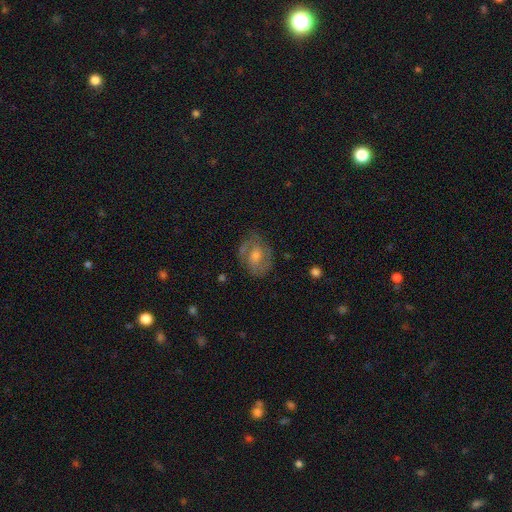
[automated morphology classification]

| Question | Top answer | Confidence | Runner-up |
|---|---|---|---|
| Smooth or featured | featured or disk | 59% | smooth (32%) |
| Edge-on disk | no | 96% | yes (4%) |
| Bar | no | 53% | weak (38%) |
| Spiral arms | yes | 70% | no (30%) |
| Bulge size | moderate | 59% | small (22%) |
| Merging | none | 71% | minor disturbance (19%) |